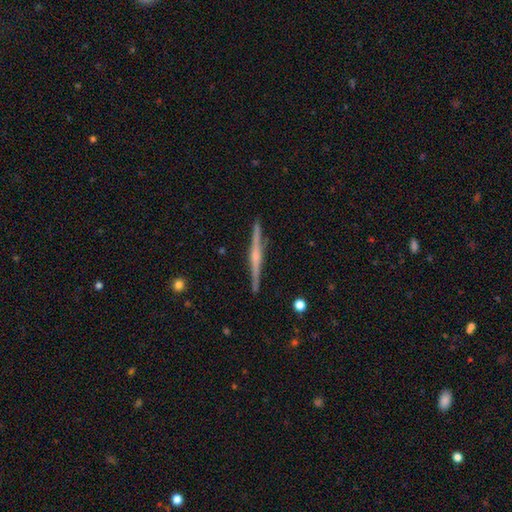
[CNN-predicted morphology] type=featured or disk (81%); edge-on=yes (98%); edge-on bulge=rounded (67%); merging=none (92%).